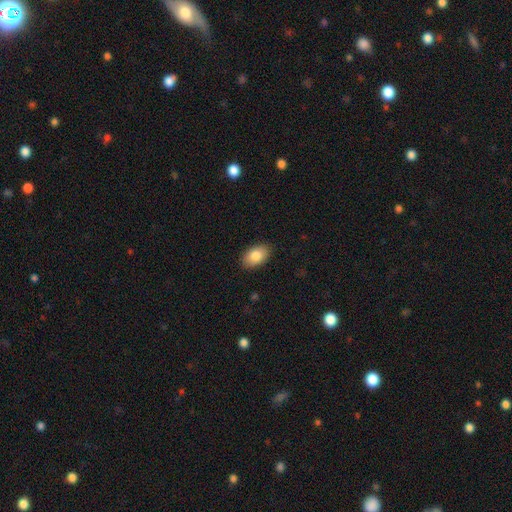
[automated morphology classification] Smooth or featured? Predicted: smooth (p=0.84). How rounded? Predicted: in between (p=0.91). Merging? Predicted: none (p=0.88).